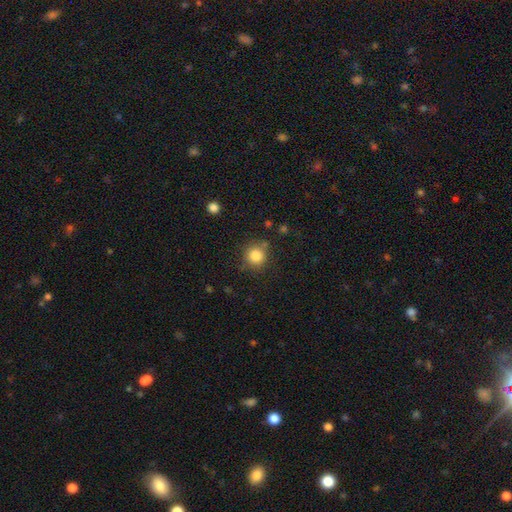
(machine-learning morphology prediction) The model was most divided on "merging": none: 78%, minor disturbance: 13%, major disturbance: 4%, merger: 4%. More confident: how rounded — round (91%); smooth or featured — smooth (85%).